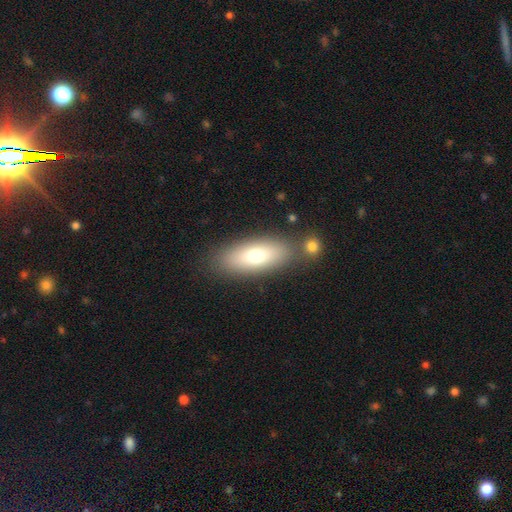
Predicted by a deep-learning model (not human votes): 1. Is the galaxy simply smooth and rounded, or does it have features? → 70% smooth, 22% featured or disk, 8% star or artifact.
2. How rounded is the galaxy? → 71% in between, 26% cigar-shaped, 3% round.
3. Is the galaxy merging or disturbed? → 73% none, 13% merger, 10% minor disturbance, 3% major disturbance.